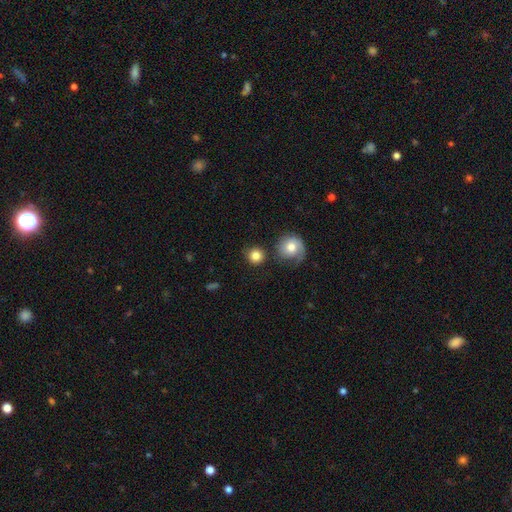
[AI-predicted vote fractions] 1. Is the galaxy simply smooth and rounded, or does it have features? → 82% smooth, 10% featured or disk, 8% star or artifact.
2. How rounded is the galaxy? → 92% round, 7% in between, 1% cigar-shaped.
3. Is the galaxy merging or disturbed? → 78% none, 9% minor disturbance, 8% merger, 5% major disturbance.